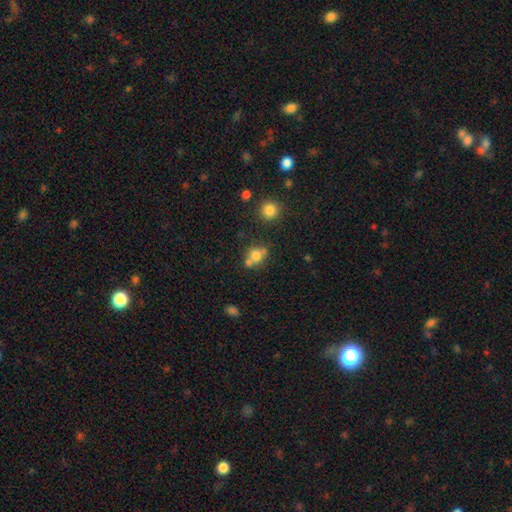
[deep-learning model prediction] A smooth galaxy with no disk features (71%) that is round (69%). Merging: none (46%).